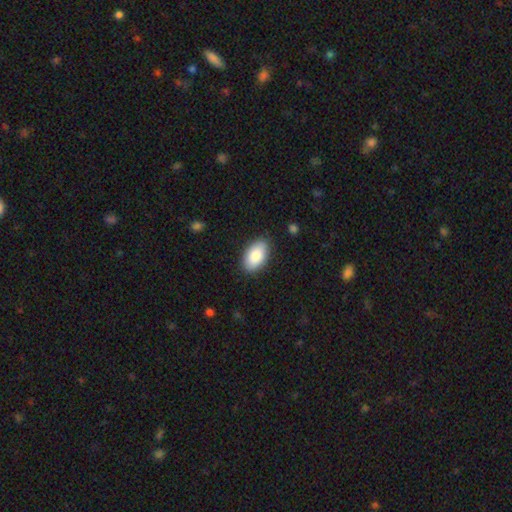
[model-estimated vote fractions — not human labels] A smooth galaxy with no disk features (86%) that is in between round and cigar-shaped (94%). Merging: none (86%).